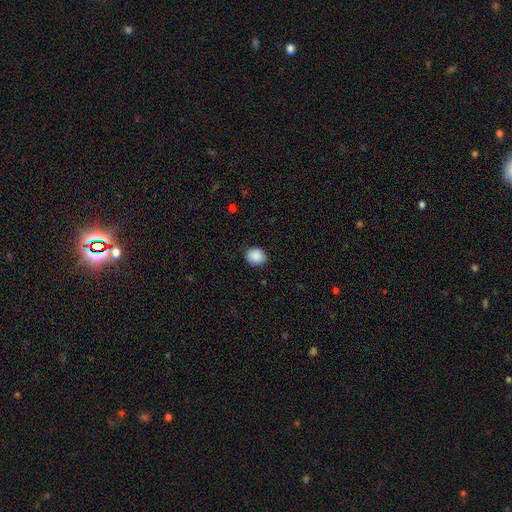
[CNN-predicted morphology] This appears to be a smooth galaxy with no disk features (89%) that is round (63%). Merging: none (86%).